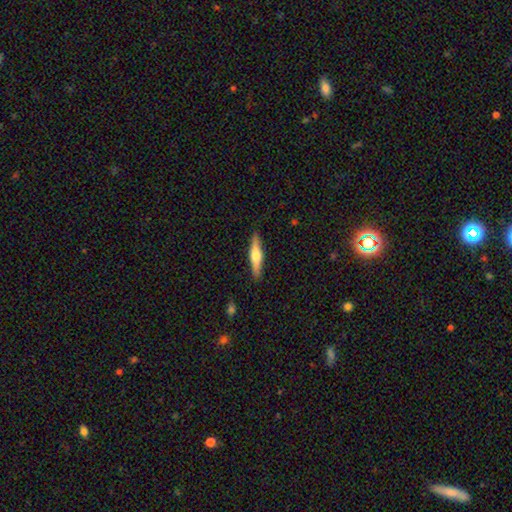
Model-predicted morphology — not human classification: featured or disk 54%, smooth 40%, star or artifact 6%. Down the decision tree: edge-on disk — yes (96%); edge-on bulge — rounded (92%); merging — none (90%).